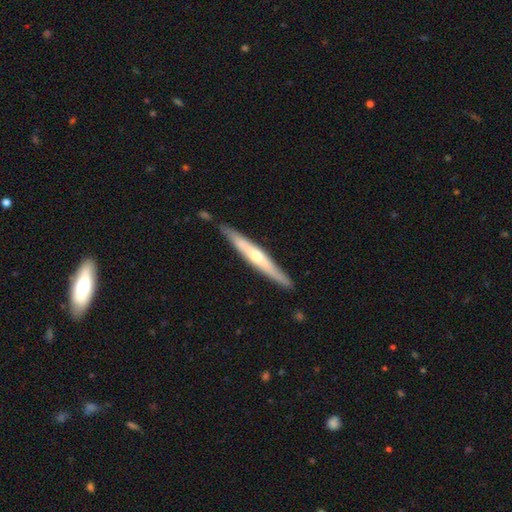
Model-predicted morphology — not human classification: type=featured or disk (60%); edge-on=yes (93%); edge-on bulge=rounded (69%); merging=none (86%).